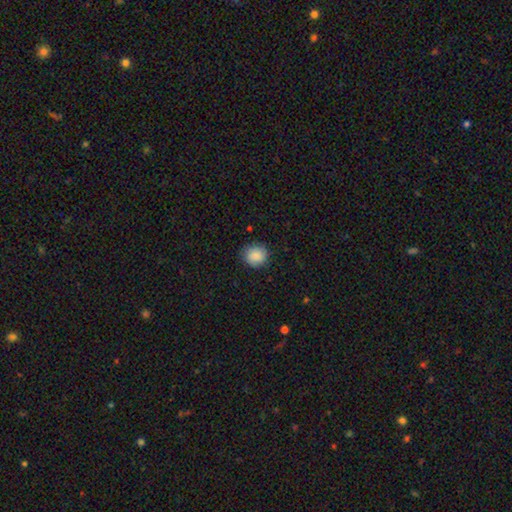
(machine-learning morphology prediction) smooth-or-featured: smooth: 88% | star or artifact: 7% | featured or disk: 4%
  how-rounded: round: 82% | in between: 17% | cigar-shaped: 1%
  merging: none: 83% | minor disturbance: 13% | major disturbance: 3% | merger: 1%